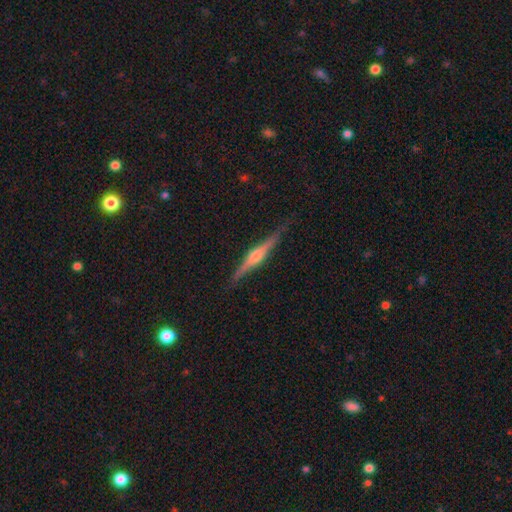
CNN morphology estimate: featured or disk 81%, smooth 13%, star or artifact 6%. Down the decision tree: edge-on disk — yes (98%); edge-on bulge — rounded (88%); merging — none (88%).